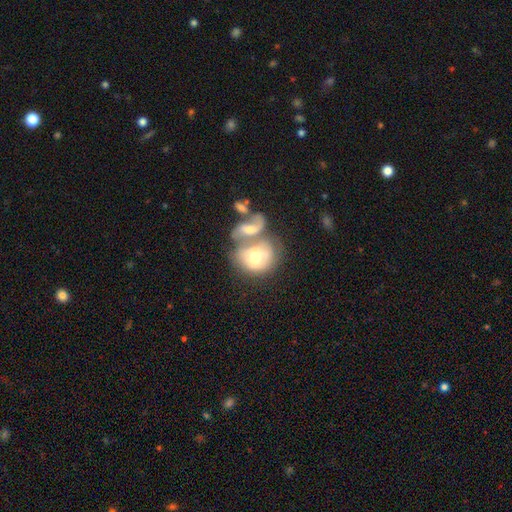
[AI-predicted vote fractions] This appears to be a featured or disk galaxy (51%). Merging: merger (66%).